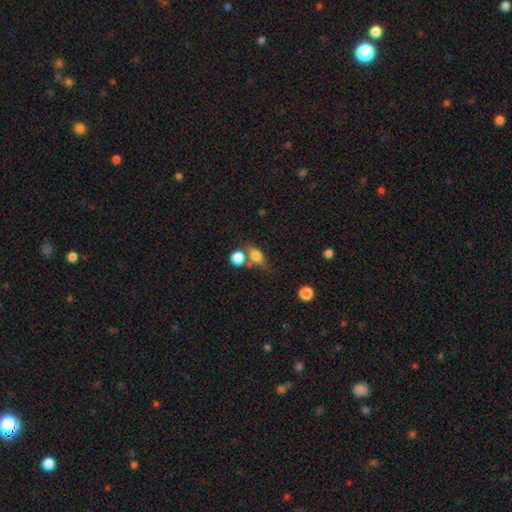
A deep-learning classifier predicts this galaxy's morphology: Smooth or featured: smooth — 76% (featured or disk — 13%)
How rounded: in between — 64% (round — 28%)
Merging: none — 50% (merger — 28%)